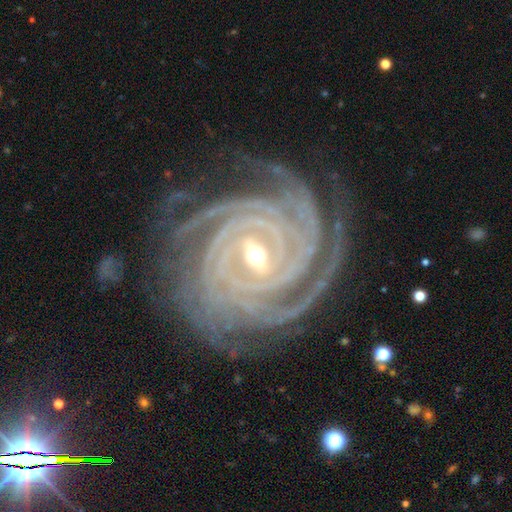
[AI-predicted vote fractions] Smooth or featured: featured or disk — 94% (star or artifact — 4%)
Edge-on disk: no — 98% (yes — 2%)
Bar: strong — 45% (weak — 36%)
Spiral arms: yes — 99% (no — 1%)
Spiral winding: tight — 90% (medium — 9%)
Spiral arm count: 4 — 33% (more than 4 — 20%)
Bulge size: moderate — 51% (small — 46%)
Merging: none — 80% (minor disturbance — 14%)